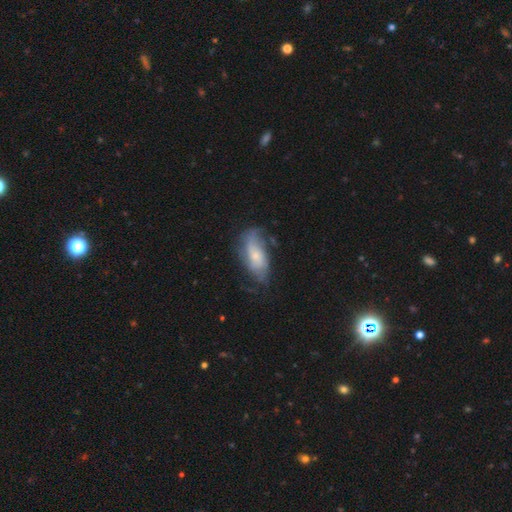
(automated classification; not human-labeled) featured or disk 47%, smooth 46%, star or artifact 8%. Down the decision tree: merging — none (52%).